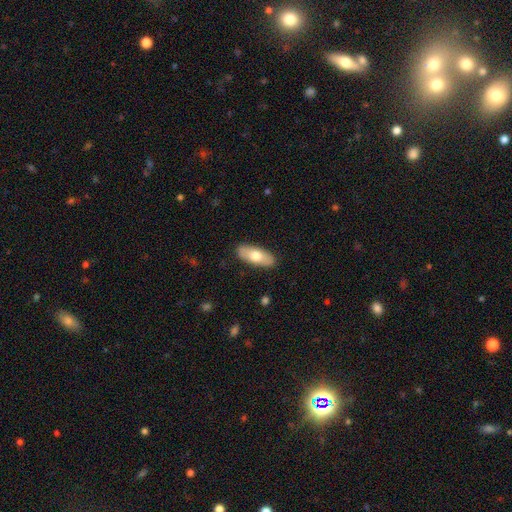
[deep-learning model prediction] Q: Smooth or featured?
A: smooth (71%); runner-up: featured or disk (24%)
Q: How rounded?
A: in between (81%); runner-up: cigar-shaped (17%)
Q: Merging?
A: none (88%); runner-up: minor disturbance (9%)